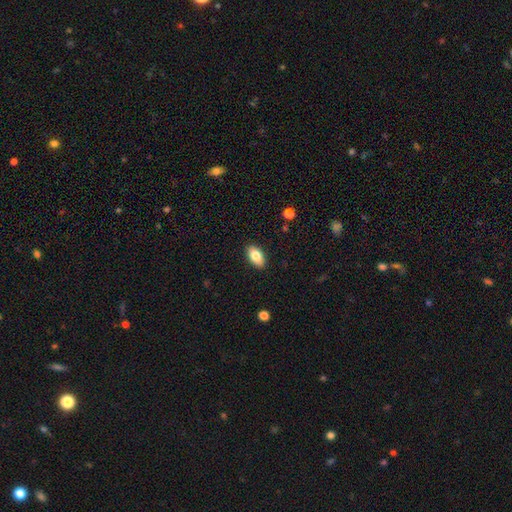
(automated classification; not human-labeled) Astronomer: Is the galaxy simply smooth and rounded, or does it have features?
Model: smooth — 83%.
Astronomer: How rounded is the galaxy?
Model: in between — 93%.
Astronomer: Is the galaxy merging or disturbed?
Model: none — 89%.